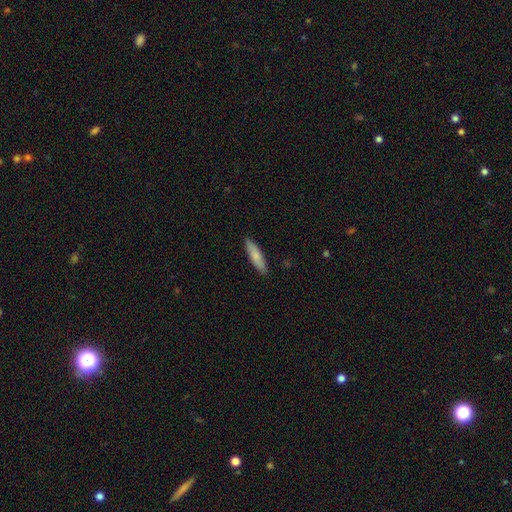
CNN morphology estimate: The model was most divided on "how rounded": cigar-shaped: 76%, in between: 22%, round: 2%. More confident: merging — none (89%); smooth or featured — smooth (78%).